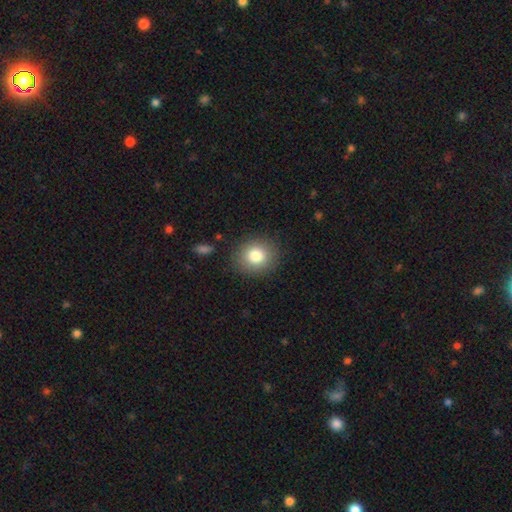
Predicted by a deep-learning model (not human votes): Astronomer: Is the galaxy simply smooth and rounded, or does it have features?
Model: smooth — 82%.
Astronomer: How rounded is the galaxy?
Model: round — 80%.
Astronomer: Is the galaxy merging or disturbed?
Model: none — 88%.